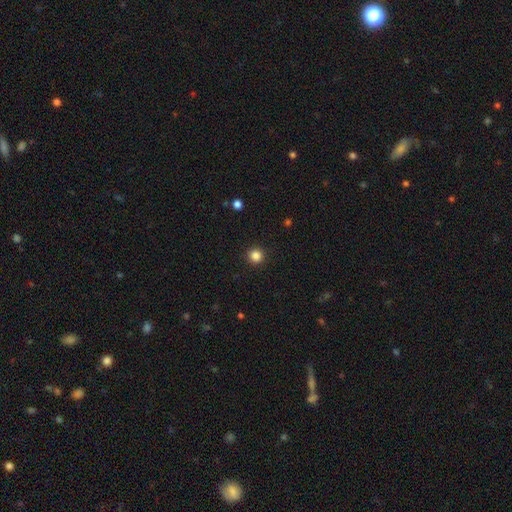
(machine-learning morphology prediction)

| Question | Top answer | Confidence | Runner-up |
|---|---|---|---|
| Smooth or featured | smooth | 85% | star or artifact (12%) |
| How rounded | round | 95% | in between (4%) |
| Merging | none | 93% | minor disturbance (5%) |